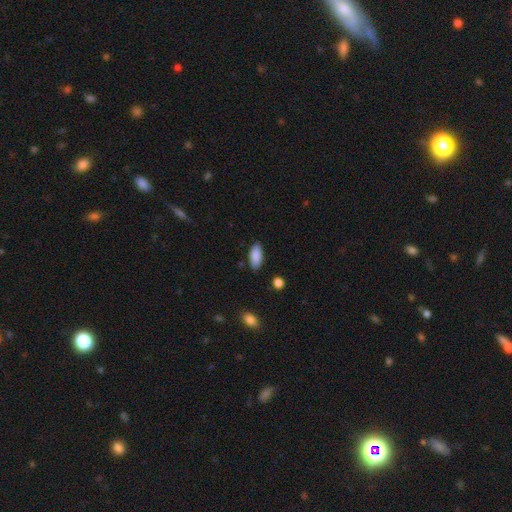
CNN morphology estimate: type=smooth (88%); roundness=in between (87%); merging=none (85%).